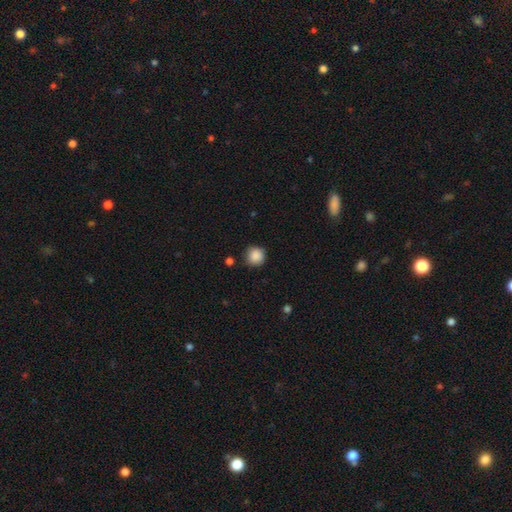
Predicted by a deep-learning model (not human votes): A smooth galaxy with no disk features (88%) that is round (94%).

Vote fractions:
- Smooth or featured? smooth: 88% / star or artifact: 9% / featured or disk: 3%
- How rounded? round: 94% / in between: 5% / cigar-shaped: 1%
- Merging? none: 84% / minor disturbance: 11% / major disturbance: 3% / merger: 2%